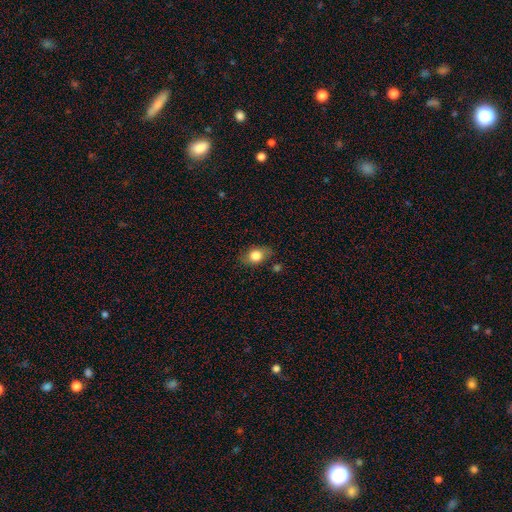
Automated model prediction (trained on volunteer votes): This appears to be a smooth galaxy with no disk features (79%) that is in between round and cigar-shaped (74%). Merging: none (77%).